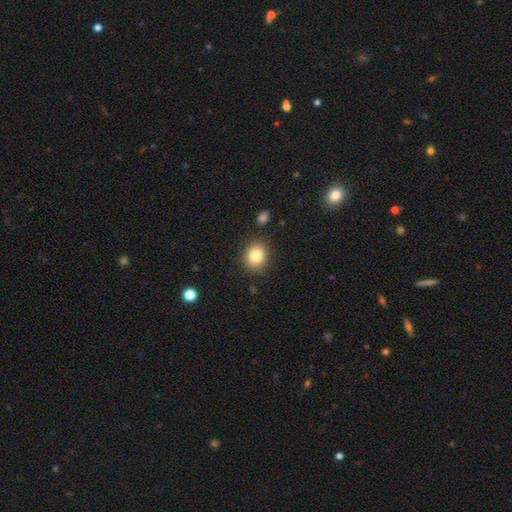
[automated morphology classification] smooth_or_featured: smooth (p=0.82) [alt: star or artifact p=0.10]
how_rounded: round (p=0.72) [alt: in between p=0.27]
merging: none (p=0.86) [alt: minor disturbance p=0.09]